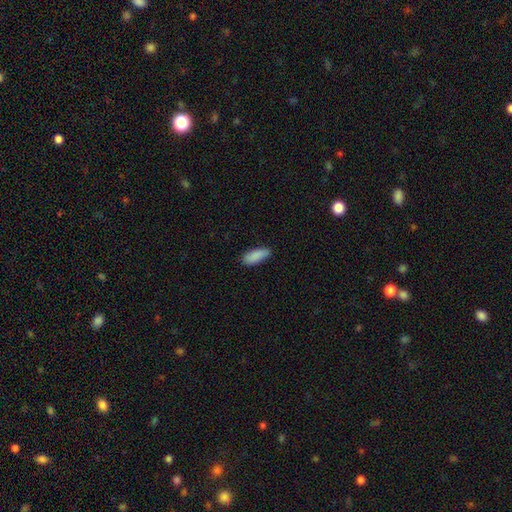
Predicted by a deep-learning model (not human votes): This appears to be a smooth galaxy with no disk features (89%) that is in between round and cigar-shaped (72%). Merging: none (81%).